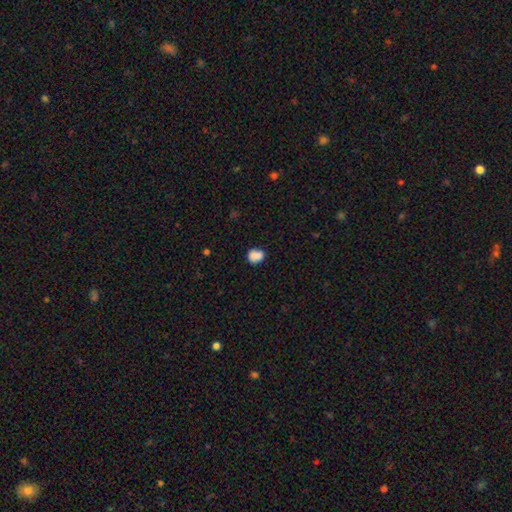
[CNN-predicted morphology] type=smooth (80%); roundness=round (59%); merging=none (55%).